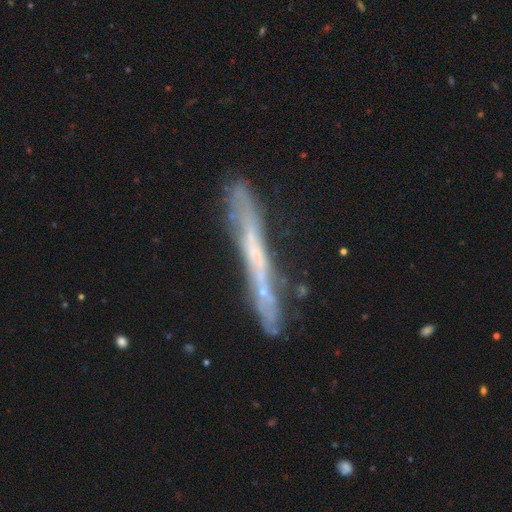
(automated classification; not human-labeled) Morphology: type=featured or disk (64%); edge-on=yes (86%); edge-on bulge=none (83%); merging=none (75%).